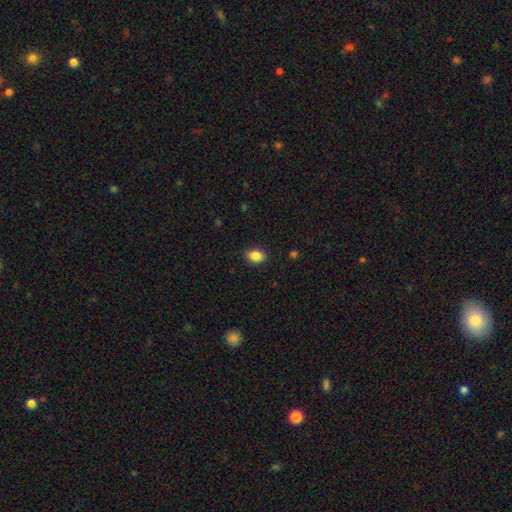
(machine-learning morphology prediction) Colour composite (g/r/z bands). It shows a smooth galaxy with no disk features (86%) that is in between round and cigar-shaped (82%). Merging: none (87%).